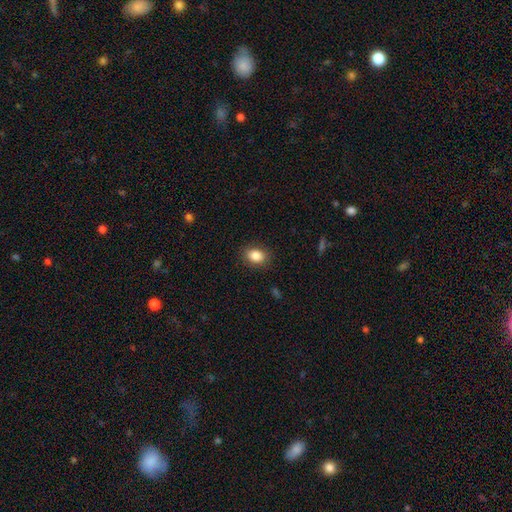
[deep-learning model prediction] smooth_or_featured: smooth (p=0.85) [alt: star or artifact p=0.09]
how_rounded: in between (p=0.69) [alt: round p=0.30]
merging: none (p=0.88) [alt: minor disturbance p=0.09]